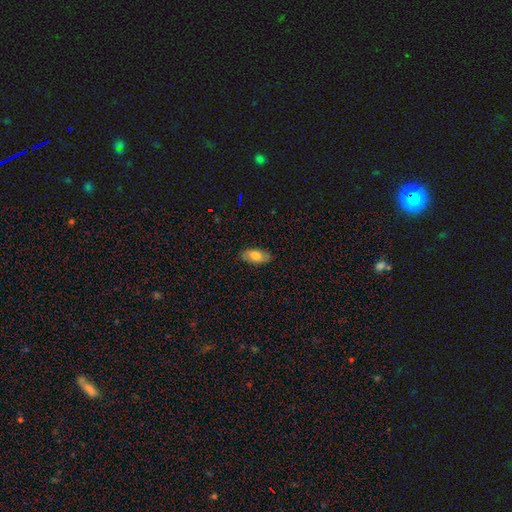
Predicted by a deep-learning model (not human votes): Smooth or featured?
  - smooth: 73% *
  - featured or disk: 20%
  - star or artifact: 7%
How rounded?
  - in between: 90% *
  - cigar-shaped: 6%
  - round: 4%
Merging?
  - none: 84% *
  - minor disturbance: 13%
  - major disturbance: 3%
  - merger: 1%